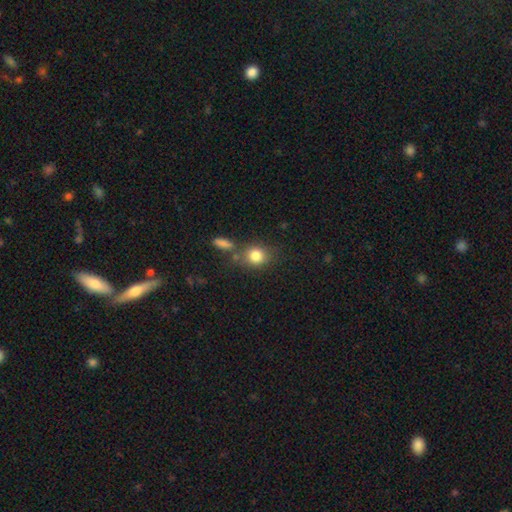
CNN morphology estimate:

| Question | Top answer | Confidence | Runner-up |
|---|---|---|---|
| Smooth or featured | smooth | 82% | star or artifact (10%) |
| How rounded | round | 71% | in between (27%) |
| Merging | none | 66% | merger (15%) |